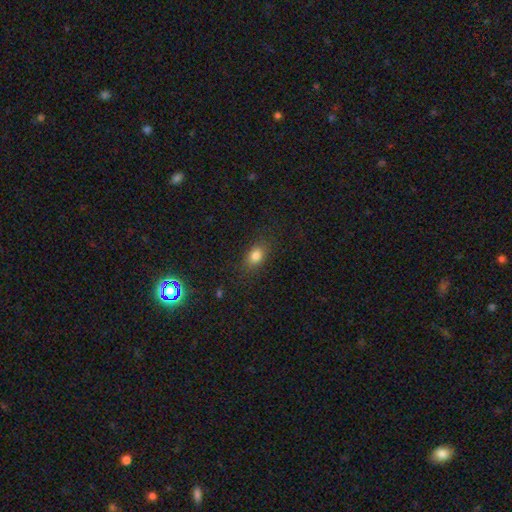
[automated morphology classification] Overall: smooth (81%). How rounded: in between (73%). Merging: none (83%).